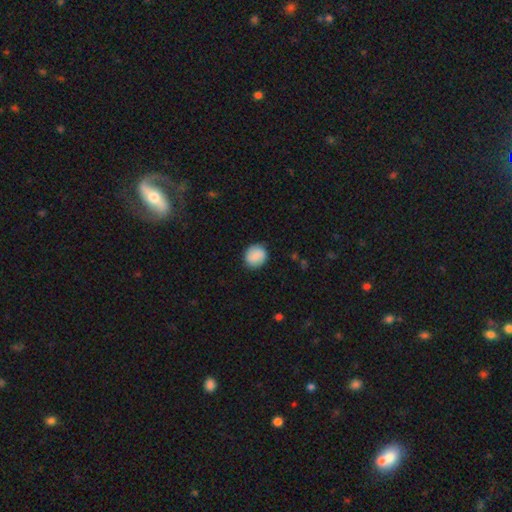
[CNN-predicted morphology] A smooth galaxy with no disk features (79%) that is round (80%).

Vote fractions:
- Smooth or featured? smooth: 79% / featured or disk: 13% / star or artifact: 8%
- How rounded? round: 80% / in between: 19% / cigar-shaped: 1%
- Merging? none: 85% / minor disturbance: 11% / major disturbance: 3% / merger: 1%